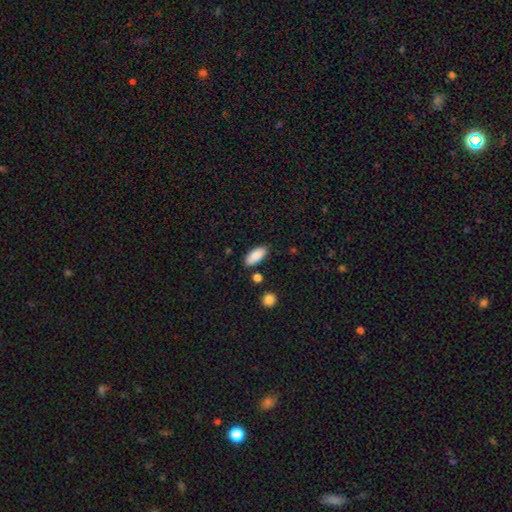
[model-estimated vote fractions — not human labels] Overall: smooth (88%). How rounded: in between (86%). Merging: none (83%).